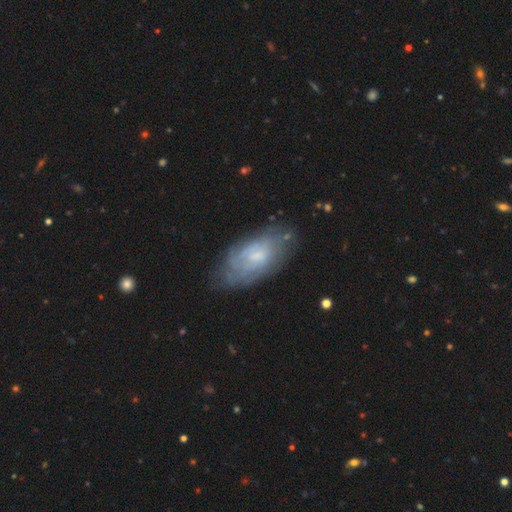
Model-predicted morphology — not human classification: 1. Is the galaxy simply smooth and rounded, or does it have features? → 54% featured or disk, 38% smooth, 8% star or artifact.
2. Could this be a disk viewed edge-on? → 91% no, 9% yes.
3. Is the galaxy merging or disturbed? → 68% none, 22% minor disturbance, 7% major disturbance, 2% merger.